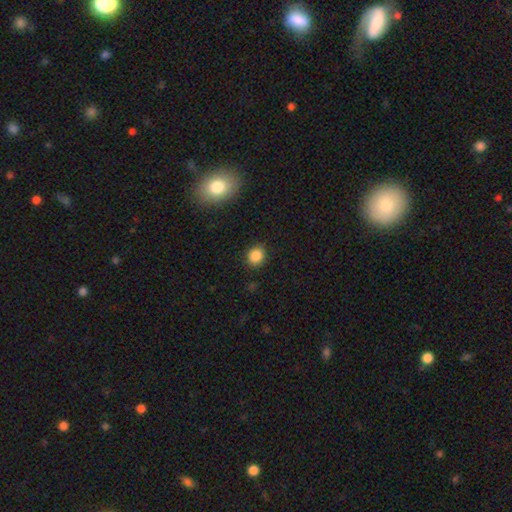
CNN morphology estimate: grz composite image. It shows a smooth galaxy with no disk features (86%) that is round (79%). Merging: none (87%).